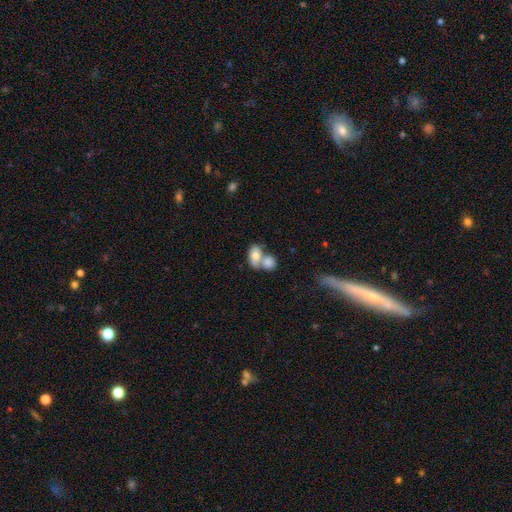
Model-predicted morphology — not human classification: Smooth or featured? Predicted: smooth (p=0.74). How rounded? Predicted: in between (p=0.78). Merging? Predicted: merger (p=0.63).